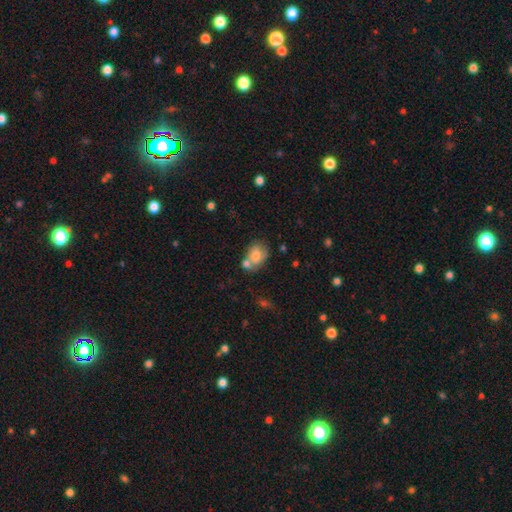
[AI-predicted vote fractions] smooth-or-featured: smooth: 71% | featured or disk: 20% | star or artifact: 9%
  how-rounded: in between: 69% | round: 30% | cigar-shaped: 1%
  merging: none: 41% | merger: 35% | minor disturbance: 17% | major disturbance: 6%